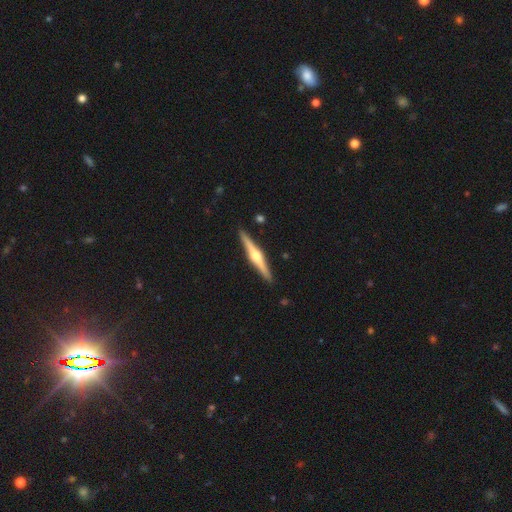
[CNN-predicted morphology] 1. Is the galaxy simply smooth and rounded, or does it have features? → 79% featured or disk, 17% smooth, 4% star or artifact.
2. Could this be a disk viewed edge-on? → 98% yes, 2% no.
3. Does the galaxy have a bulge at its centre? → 94% rounded, 4% boxy, 2% none.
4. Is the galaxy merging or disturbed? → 92% none, 6% minor disturbance, 1% merger, 1% major disturbance.